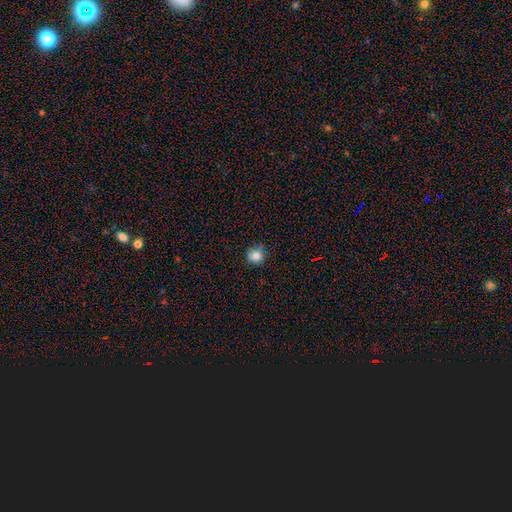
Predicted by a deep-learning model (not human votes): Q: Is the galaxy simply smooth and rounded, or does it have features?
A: smooth — 82%.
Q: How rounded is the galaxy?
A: round — 89%.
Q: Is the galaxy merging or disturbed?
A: none — 77%.